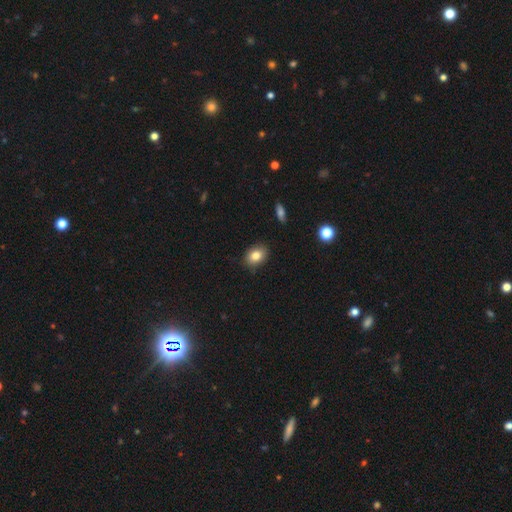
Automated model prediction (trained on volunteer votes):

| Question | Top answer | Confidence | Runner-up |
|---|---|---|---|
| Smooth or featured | smooth | 83% | star or artifact (9%) |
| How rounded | in between | 66% | round (33%) |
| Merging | none | 86% | minor disturbance (11%) |